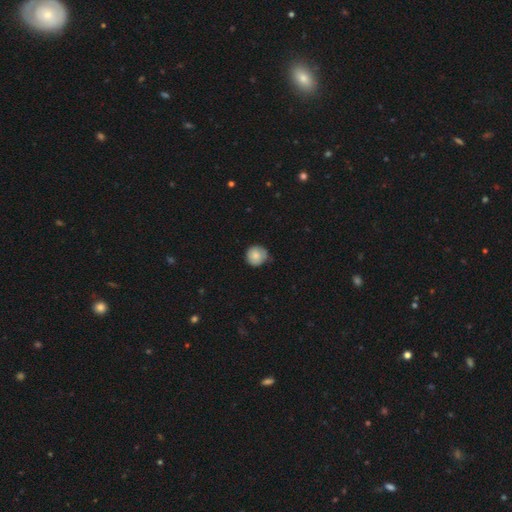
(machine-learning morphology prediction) Smooth or featured?
  - smooth: 82% *
  - featured or disk: 11%
  - star or artifact: 7%
How rounded?
  - round: 93% *
  - in between: 6%
  - cigar-shaped: 1%
Merging?
  - none: 69% *
  - minor disturbance: 26%
  - major disturbance: 4%
  - merger: 1%